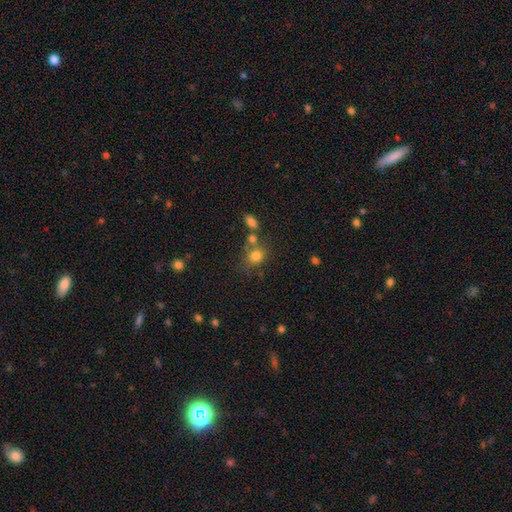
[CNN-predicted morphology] A smooth galaxy with no disk features (79%) that is round (64%). Merging: none (56%).